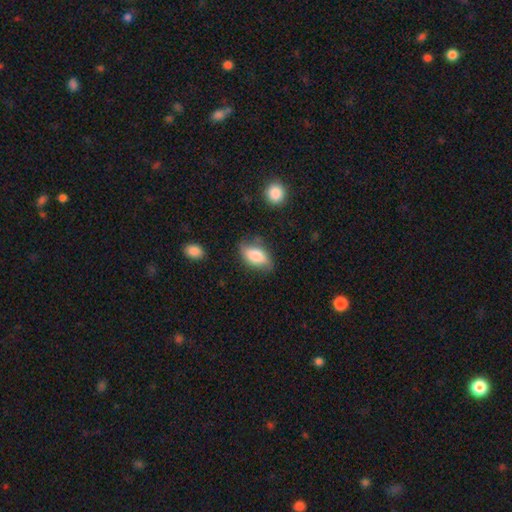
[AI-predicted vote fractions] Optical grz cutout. It shows a smooth galaxy with no disk features (73%) that is in between round and cigar-shaped (87%). Merging: none (65%).